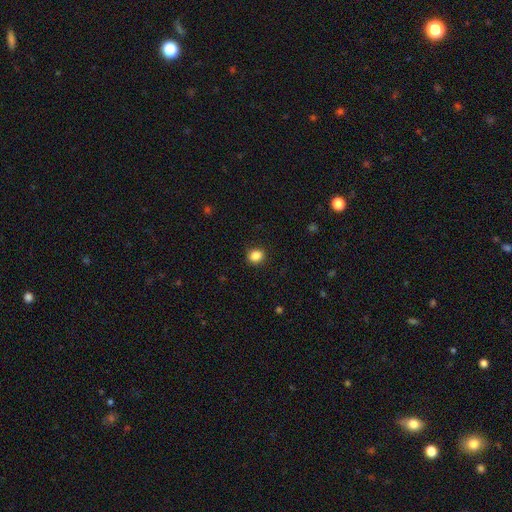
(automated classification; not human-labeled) A smooth galaxy with no disk features (87%) that is round (69%). Merging: none (89%).